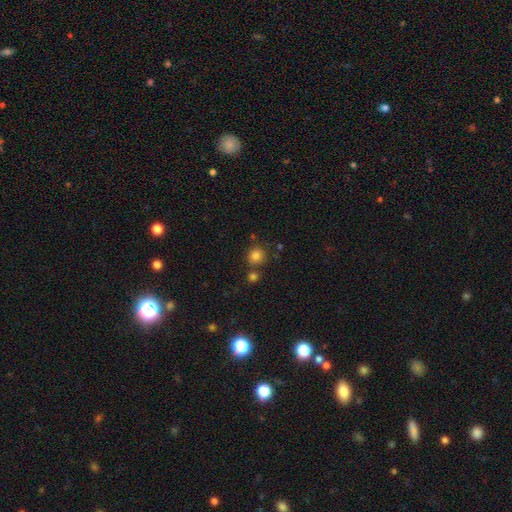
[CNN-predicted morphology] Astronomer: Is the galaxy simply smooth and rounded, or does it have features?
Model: smooth — 82%.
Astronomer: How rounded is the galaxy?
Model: round — 89%.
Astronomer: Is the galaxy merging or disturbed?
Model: none — 75%.